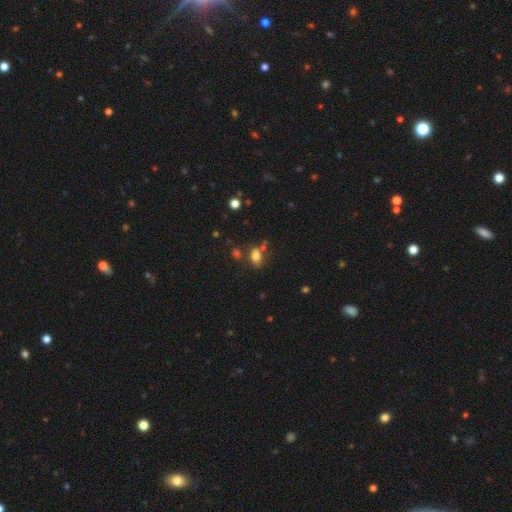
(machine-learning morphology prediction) A smooth galaxy with no disk features (70%) that is in between round and cigar-shaped (78%).

Vote fractions:
- Smooth or featured? smooth: 70% / featured or disk: 16% / star or artifact: 14%
- How rounded? in between: 78% / round: 14% / cigar-shaped: 8%
- Merging? none: 57% / minor disturbance: 18% / merger: 17% / major disturbance: 8%